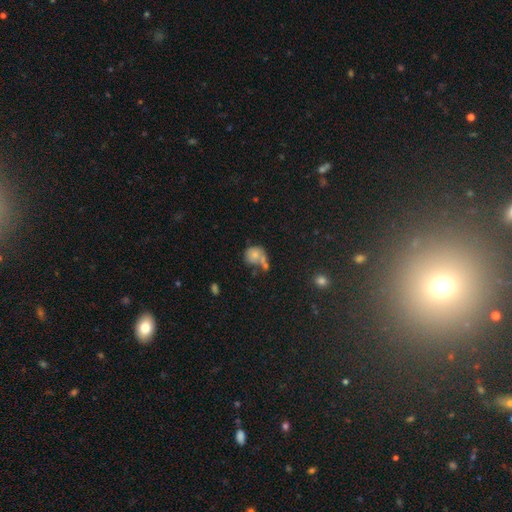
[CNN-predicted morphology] Q: Smooth or featured?
A: smooth (72%); runner-up: featured or disk (17%)
Q: How rounded?
A: round (75%); runner-up: in between (24%)
Q: Merging?
A: none (38%); runner-up: merger (34%)